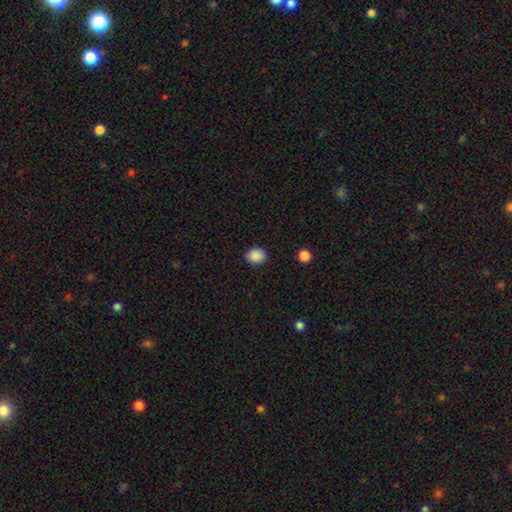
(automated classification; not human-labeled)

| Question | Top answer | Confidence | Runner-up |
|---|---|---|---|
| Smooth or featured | smooth | 88% | star or artifact (9%) |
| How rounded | round | 52% | in between (48%) |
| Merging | none | 88% | minor disturbance (9%) |